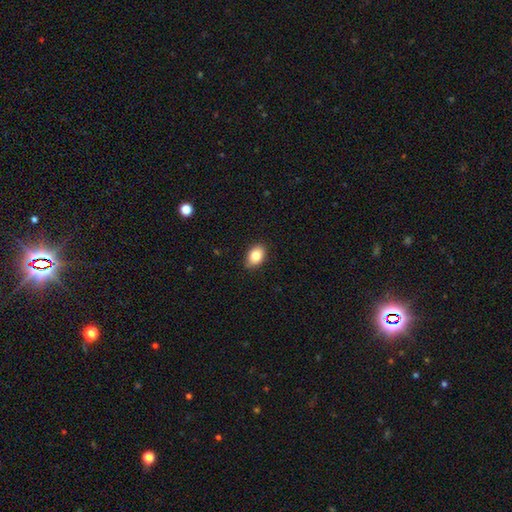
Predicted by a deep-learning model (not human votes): Smooth or featured?
  - smooth: 85% *
  - star or artifact: 8%
  - featured or disk: 7%
How rounded?
  - in between: 83% *
  - round: 15%
  - cigar-shaped: 1%
Merging?
  - none: 85% *
  - minor disturbance: 12%
  - major disturbance: 2%
  - merger: 1%